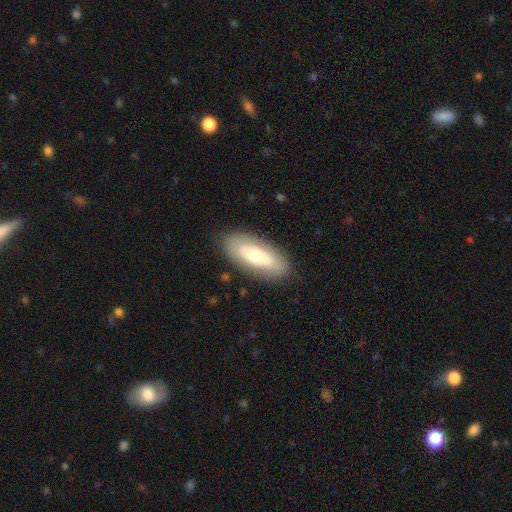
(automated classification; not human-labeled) Smooth or featured? Predicted: smooth (p=0.56). How rounded? Predicted: in between (p=0.81). Merging? Predicted: none (p=0.83).